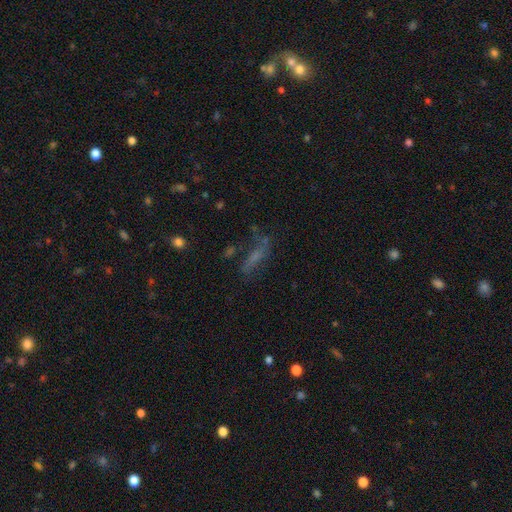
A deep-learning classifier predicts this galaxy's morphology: A smooth galaxy with no disk features (41%).

Vote fractions:
- Smooth or featured? smooth: 41% / featured or disk: 34% / star or artifact: 25%
- Merging? none: 48% / major disturbance: 23% / minor disturbance: 21% / merger: 8%